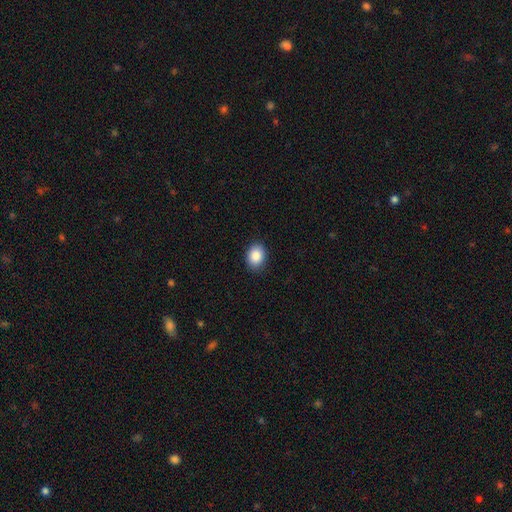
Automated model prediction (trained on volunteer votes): smooth_or_featured: smooth (p=0.88) [alt: star or artifact p=0.08]
how_rounded: in between (p=0.56) [alt: round p=0.43]
merging: none (p=0.89) [alt: minor disturbance p=0.08]